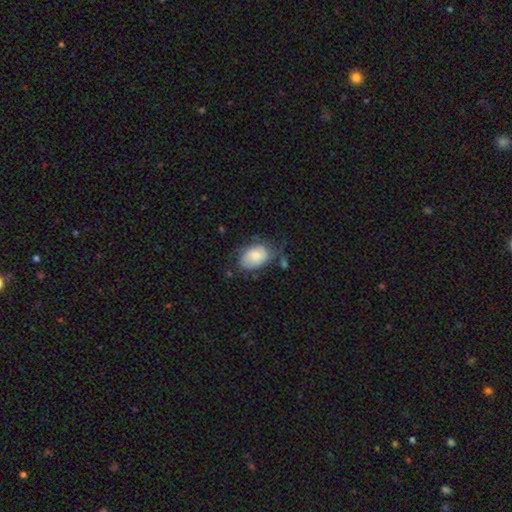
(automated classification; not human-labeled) Smooth or featured?
  - smooth: 74% *
  - featured or disk: 19%
  - star or artifact: 7%
How rounded?
  - in between: 84% *
  - round: 15%
  - cigar-shaped: 1%
Merging?
  - none: 47% *
  - minor disturbance: 32%
  - major disturbance: 16%
  - merger: 5%